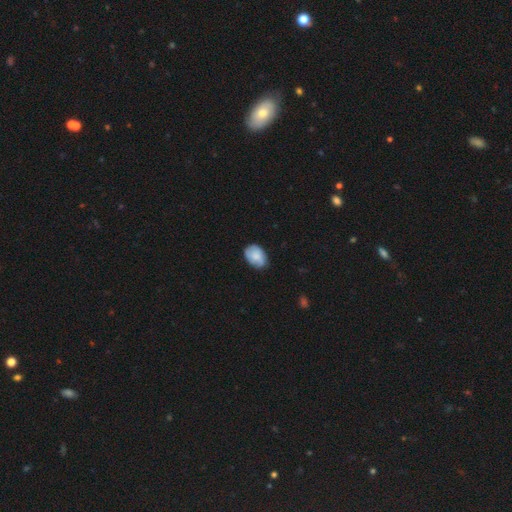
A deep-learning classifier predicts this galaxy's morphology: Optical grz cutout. It shows a smooth galaxy with no disk features (72%) that is in between round and cigar-shaped (77%). Merging: none (71%).